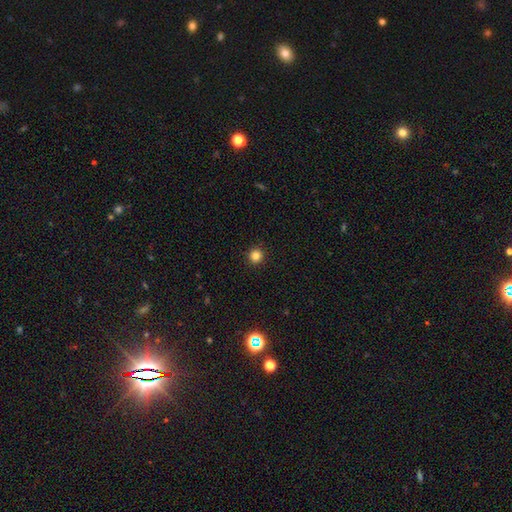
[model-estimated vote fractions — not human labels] Morphology: type=smooth (84%); roundness=round (95%); merging=none (93%).